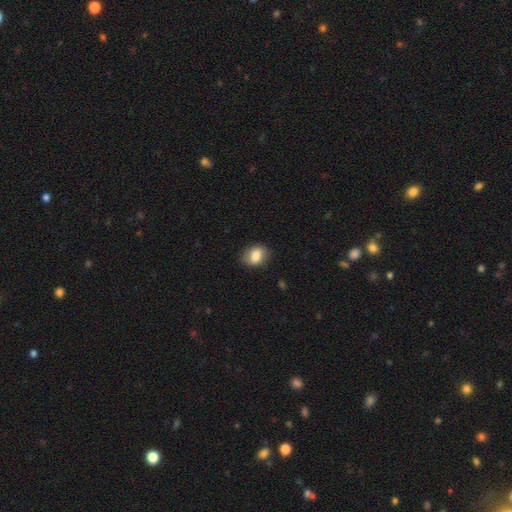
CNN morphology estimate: Q: Smooth or featured?
A: smooth (84%); runner-up: featured or disk (8%)
Q: How rounded?
A: in between (67%); runner-up: round (32%)
Q: Merging?
A: none (82%); runner-up: minor disturbance (14%)